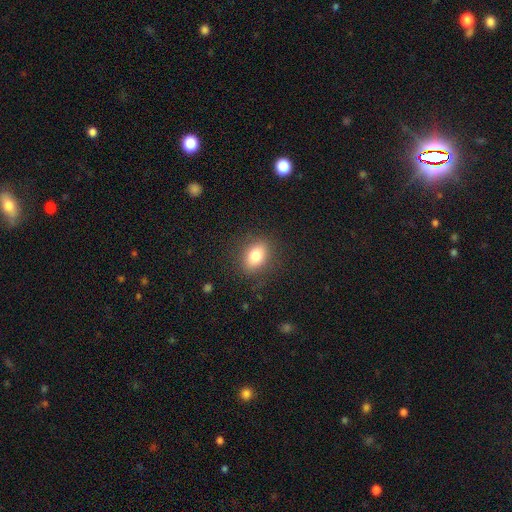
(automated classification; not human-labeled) smooth 81%, featured or disk 10%, star or artifact 9%. Down the decision tree: how rounded — in between (76%); merging — none (85%).